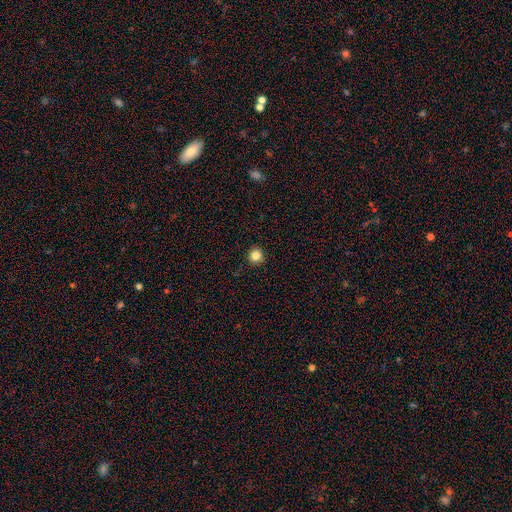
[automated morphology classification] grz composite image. It shows a smooth galaxy with no disk features (84%) that is round (95%). Merging: none (93%).